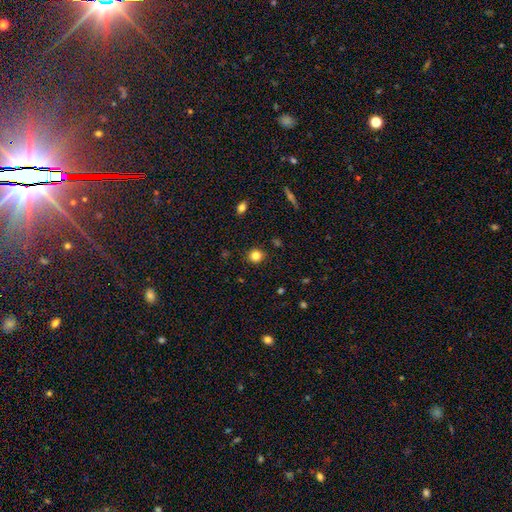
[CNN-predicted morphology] A smooth galaxy with no disk features (82%) that is round (86%). Merging: none (89%).